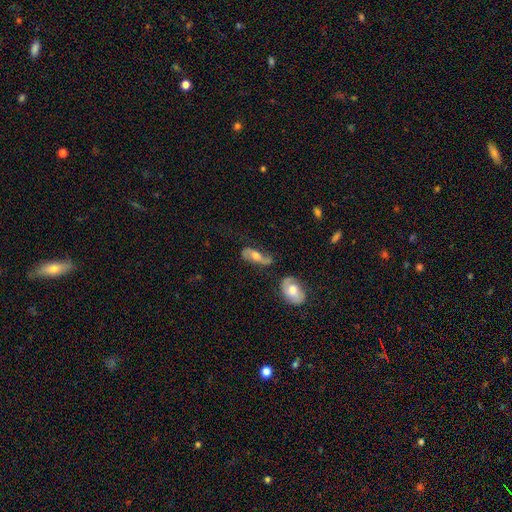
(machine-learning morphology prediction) Overall: featured or disk (66%; smooth 27%). Edge-on disk: no (87%). Bar: no (53%; weak 33%). Spiral arms: yes (87%). Bulge size: moderate (64%). Merging: none (52%; minor disturbance 22%).